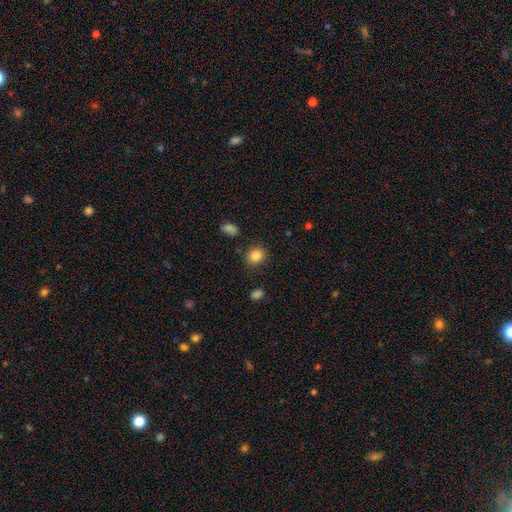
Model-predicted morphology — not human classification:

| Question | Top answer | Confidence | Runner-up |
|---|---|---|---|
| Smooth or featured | smooth | 85% | star or artifact (10%) |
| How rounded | round | 65% | in between (34%) |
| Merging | none | 84% | minor disturbance (10%) |